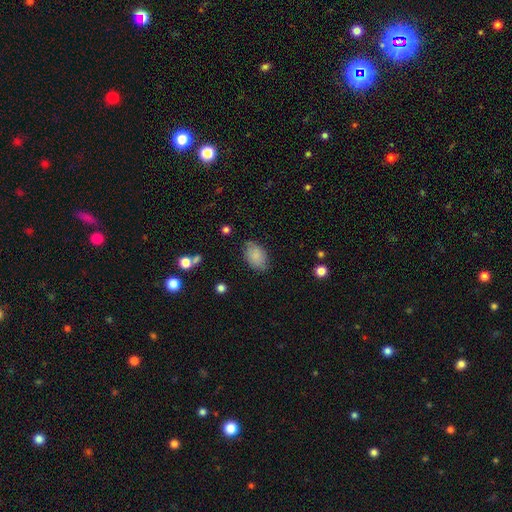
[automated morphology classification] This is clearly a smooth galaxy (82%). How rounded: clearly in between (90%). Merging: likely none (77%).